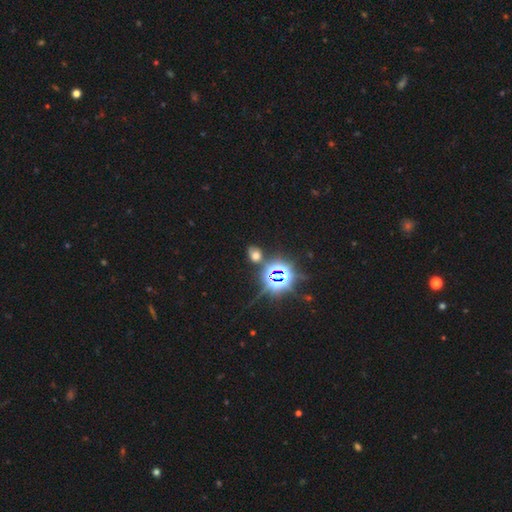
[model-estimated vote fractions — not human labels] Smooth or featured? Predicted: smooth (p=0.48). Merging? Predicted: none (p=0.76).